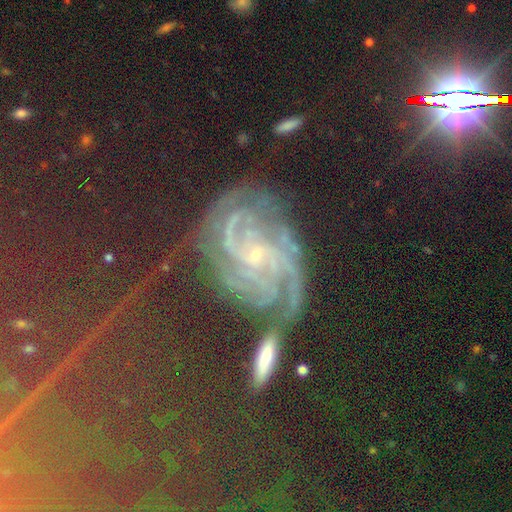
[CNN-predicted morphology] This is possibly a featured or disk galaxy (48%). Merging: likely none (68%).